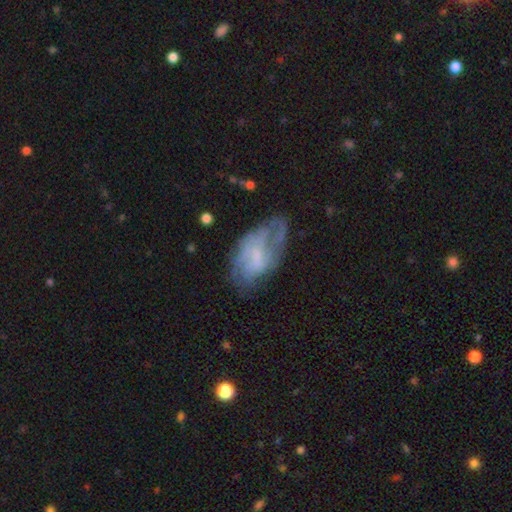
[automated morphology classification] Q: Smooth or featured?
A: featured or disk (62%); runner-up: smooth (29%)
Q: Edge-on disk?
A: no (95%); runner-up: yes (5%)
Q: Bar?
A: no (49%); runner-up: weak (42%)
Q: Spiral arms?
A: yes (70%); runner-up: no (30%)
Q: Bulge size?
A: small (42%); runner-up: none (34%)
Q: Merging?
A: none (49%); runner-up: minor disturbance (28%)